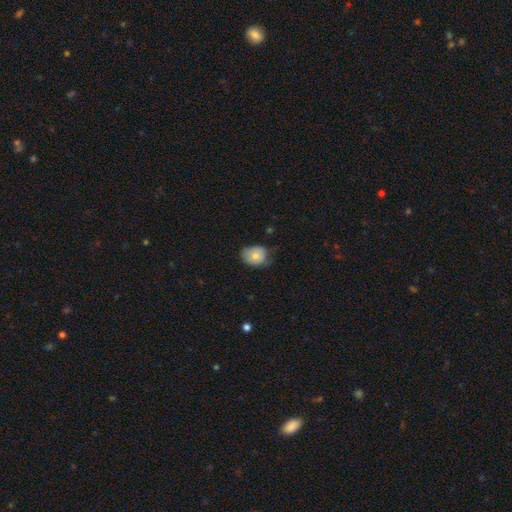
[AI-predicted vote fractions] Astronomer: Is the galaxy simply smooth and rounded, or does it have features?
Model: smooth — 74%.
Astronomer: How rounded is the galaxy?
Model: round — 51% (runner-up: in between, 48%).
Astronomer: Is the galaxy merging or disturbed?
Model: none — 49% (runner-up: minor disturbance, 39%).